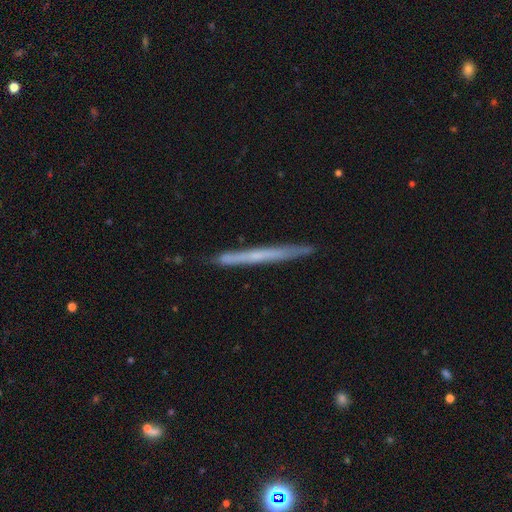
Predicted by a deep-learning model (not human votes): The model was most divided on "smooth or featured": featured or disk: 55%, smooth: 39%, star or artifact: 7%. More confident: edge-on disk — yes (96%); merging — none (89%); edge-on bulge — none (85%).